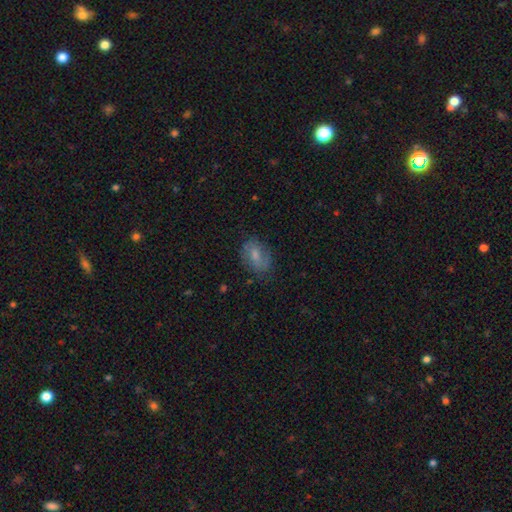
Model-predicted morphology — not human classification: Smooth or featured?
  - smooth: 58% *
  - featured or disk: 33%
  - star or artifact: 9%
How rounded?
  - in between: 78% *
  - round: 20%
  - cigar-shaped: 2%
Merging?
  - none: 71% *
  - minor disturbance: 20%
  - major disturbance: 7%
  - merger: 1%